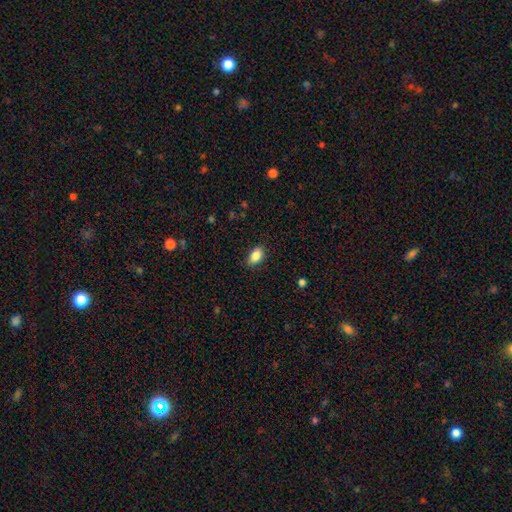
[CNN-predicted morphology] smooth 86%, star or artifact 8%, featured or disk 6%. Down the decision tree: how rounded — in between (88%); merging — none (84%).